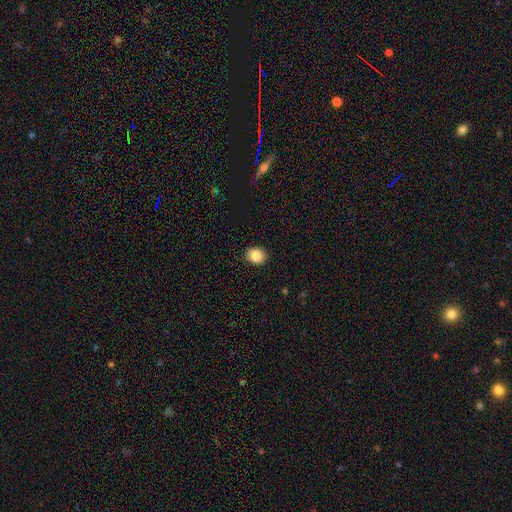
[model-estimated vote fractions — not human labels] Morphology: type=smooth (88%); roundness=round (58%); merging=none (90%).